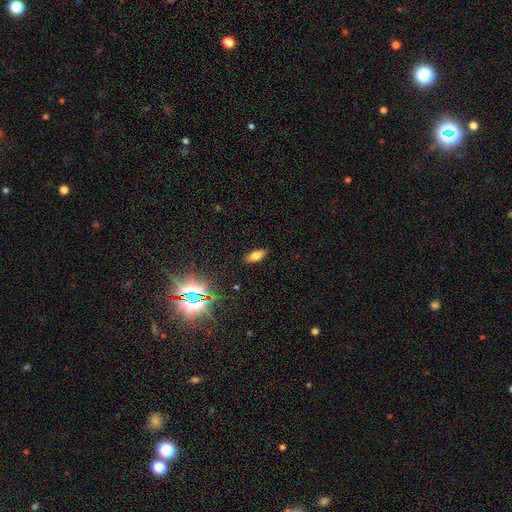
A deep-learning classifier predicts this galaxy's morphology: Smooth or featured? Predicted: smooth (p=0.71). How rounded? Predicted: in between (p=0.83). Merging? Predicted: none (p=0.87).